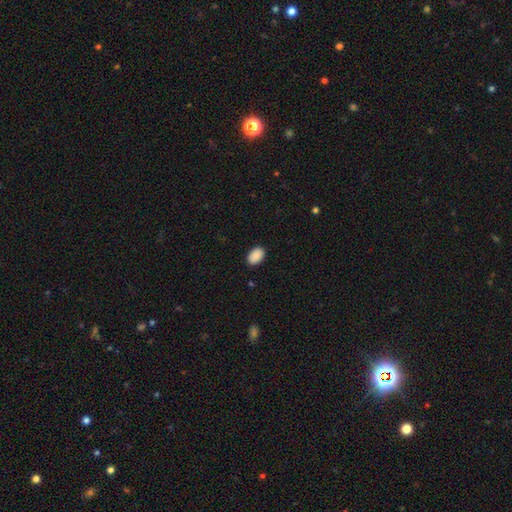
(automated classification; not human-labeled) A smooth galaxy with no disk features (91%) that is in between round and cigar-shaped (89%).

Vote fractions:
- Smooth or featured? smooth: 91% / star or artifact: 7% / featured or disk: 2%
- How rounded? in between: 89% / round: 10% / cigar-shaped: 1%
- Merging? none: 89% / minor disturbance: 8% / major disturbance: 2% / merger: 1%